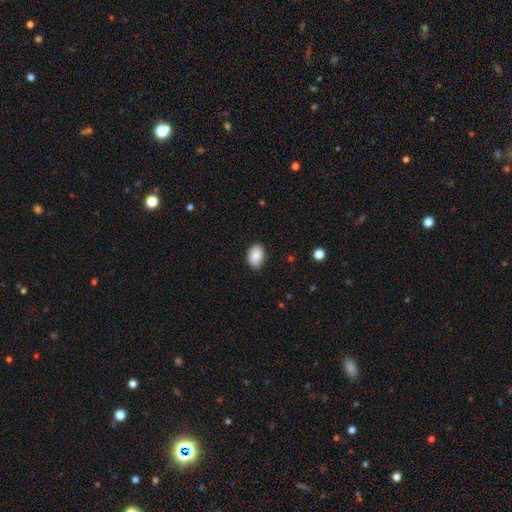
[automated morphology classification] type=smooth (87%); roundness=in between (88%); merging=none (83%).